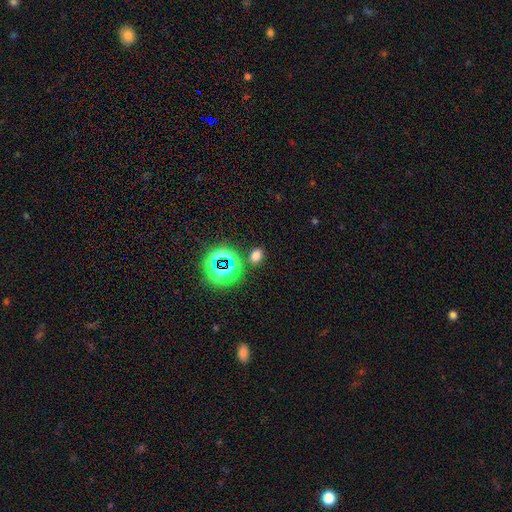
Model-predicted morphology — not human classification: smooth-or-featured: smooth: 64% | star or artifact: 30% | featured or disk: 6%
  how-rounded: in between: 72% | round: 26% | cigar-shaped: 2%
  merging: none: 82% | minor disturbance: 9% | merger: 5% | major disturbance: 4%